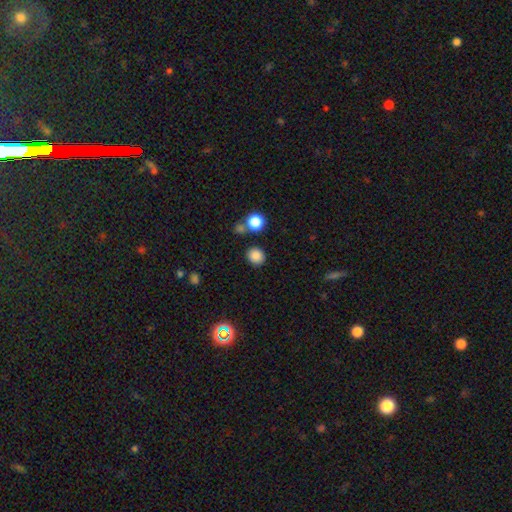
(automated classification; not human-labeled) This is clearly a smooth galaxy (84%). How rounded: clearly round (80%). Merging: clearly none (83%).